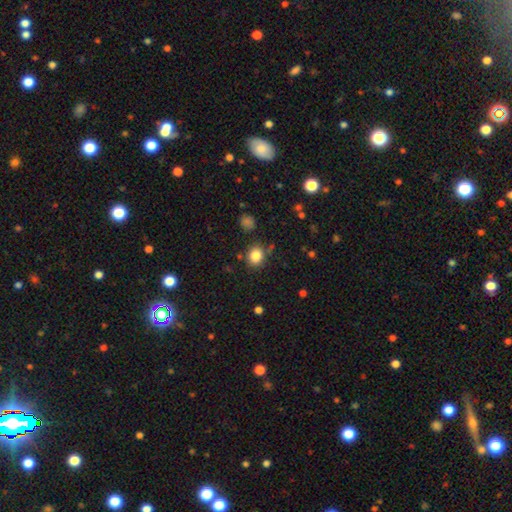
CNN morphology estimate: A smooth galaxy with no disk features (84%) that is round (68%).

Vote fractions:
- Smooth or featured? smooth: 84% / star or artifact: 11% / featured or disk: 6%
- How rounded? round: 68% / in between: 31% / cigar-shaped: 1%
- Merging? none: 81% / minor disturbance: 11% / merger: 4% / major disturbance: 3%